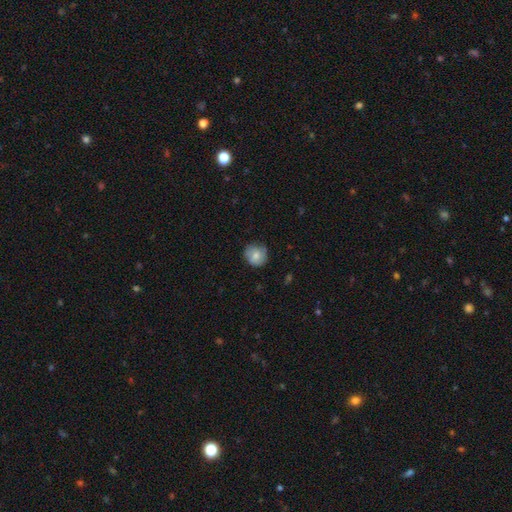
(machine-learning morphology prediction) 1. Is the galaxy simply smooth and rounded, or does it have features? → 73% smooth, 19% featured or disk, 8% star or artifact.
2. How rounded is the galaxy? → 87% round, 12% in between, 1% cigar-shaped.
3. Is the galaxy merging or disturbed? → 73% none, 22% minor disturbance, 4% major disturbance, 1% merger.